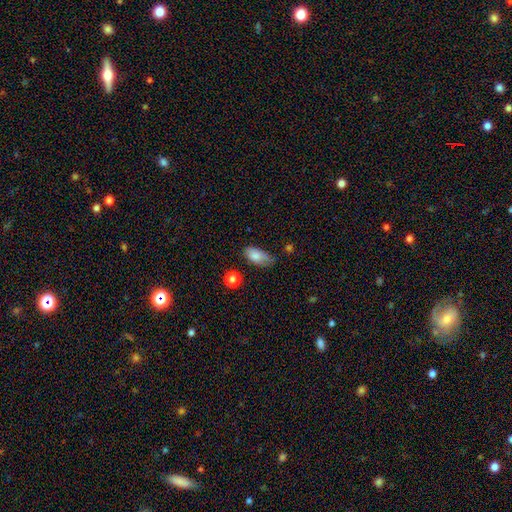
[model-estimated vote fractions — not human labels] Smooth or featured?
  - smooth: 82% *
  - featured or disk: 10%
  - star or artifact: 8%
How rounded?
  - in between: 90% *
  - cigar-shaped: 5%
  - round: 5%
Merging?
  - none: 48% *
  - minor disturbance: 39%
  - major disturbance: 10%
  - merger: 3%